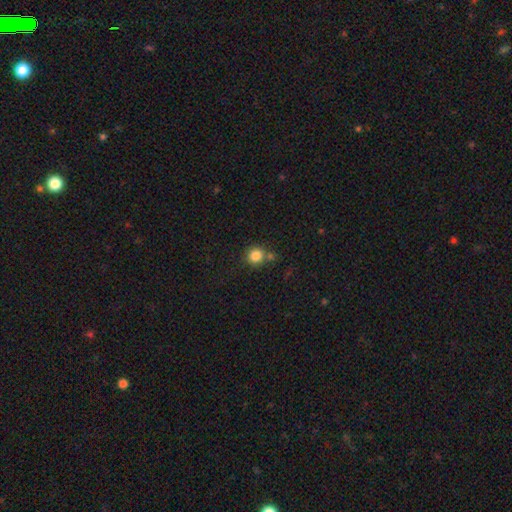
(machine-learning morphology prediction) smooth-or-featured: smooth: 84% | star or artifact: 11% | featured or disk: 5%
  how-rounded: round: 88% | in between: 11% | cigar-shaped: 1%
  merging: none: 70% | merger: 15% | minor disturbance: 11% | major disturbance: 4%